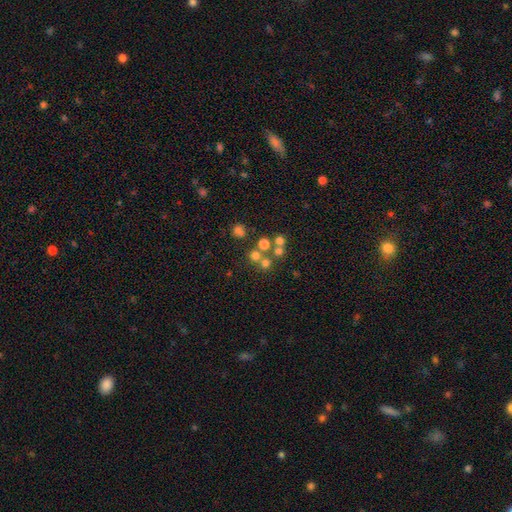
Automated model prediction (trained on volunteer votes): This is likely a smooth galaxy (61%). How rounded: clearly round (90%). Merging: possibly none (59%).